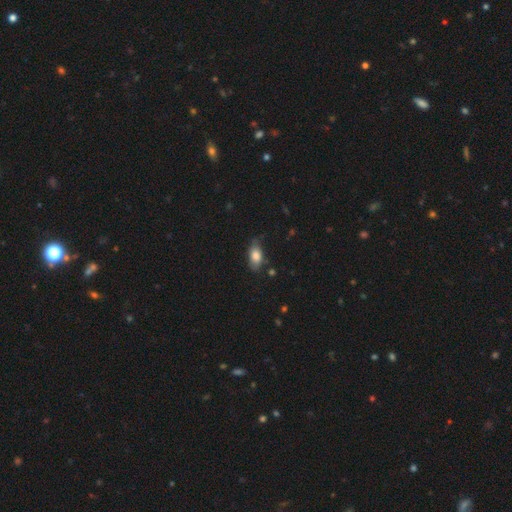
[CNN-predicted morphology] Smooth or featured? Predicted: smooth (p=0.77). How rounded? Predicted: in between (p=0.88). Merging? Predicted: none (p=0.64).